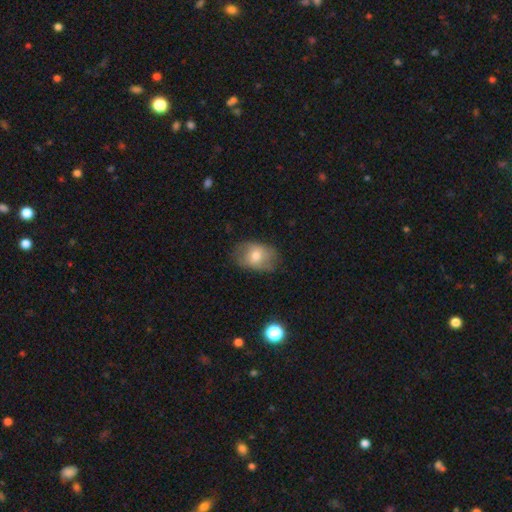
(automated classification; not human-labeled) Smooth or featured? smooth (67%)
How rounded? in between (79%)
Merging? none (69%)